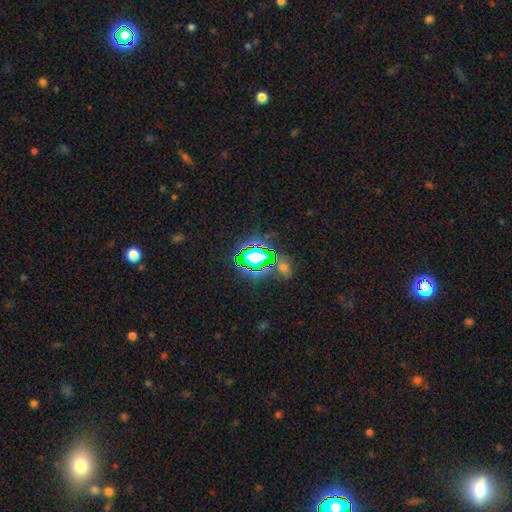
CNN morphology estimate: A star or artifact, not a galaxy (68%).